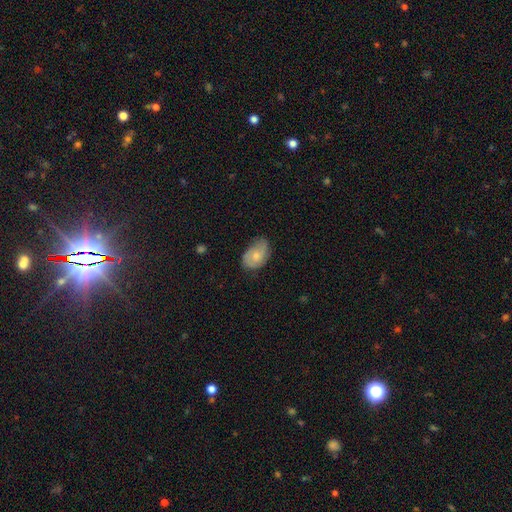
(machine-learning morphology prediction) Smooth or featured? smooth (58%)
How rounded? in between (86%)
Merging? none (63%)